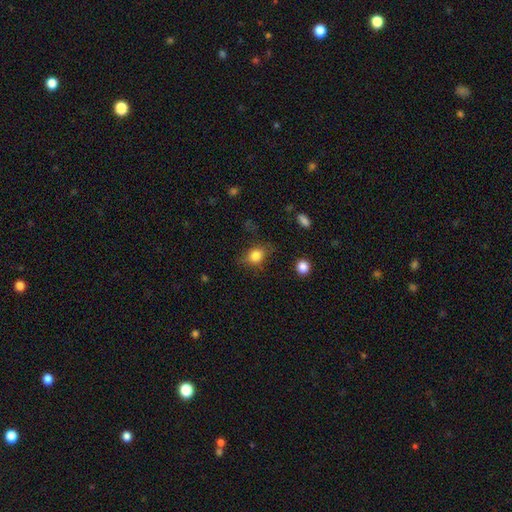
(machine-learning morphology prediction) smooth_or_featured: smooth (p=0.81) [alt: star or artifact p=0.10]
how_rounded: in between (p=0.58) [alt: round p=0.40]
merging: none (p=0.68) [alt: minor disturbance p=0.22]